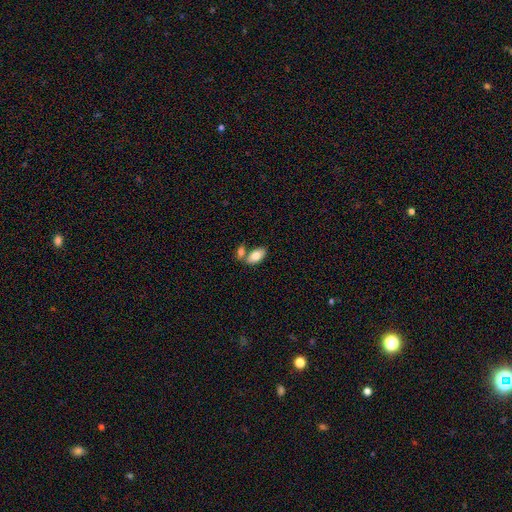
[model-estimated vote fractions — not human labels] This is likely a smooth galaxy (80%). How rounded: clearly in between (92%). Merging: possibly none (55%).